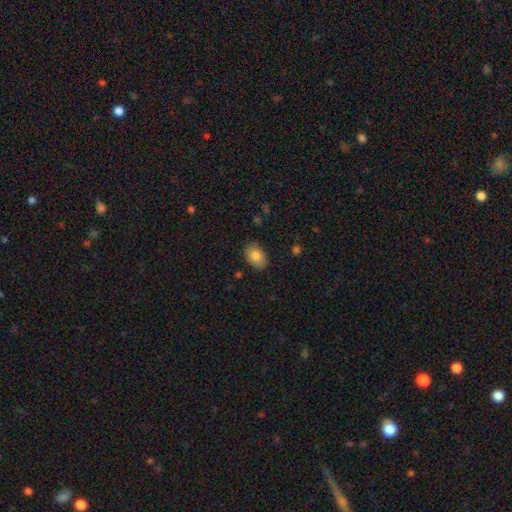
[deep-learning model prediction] Q: Smooth or featured?
A: smooth (85%); runner-up: featured or disk (8%)
Q: How rounded?
A: in between (85%); runner-up: round (14%)
Q: Merging?
A: none (85%); runner-up: minor disturbance (12%)